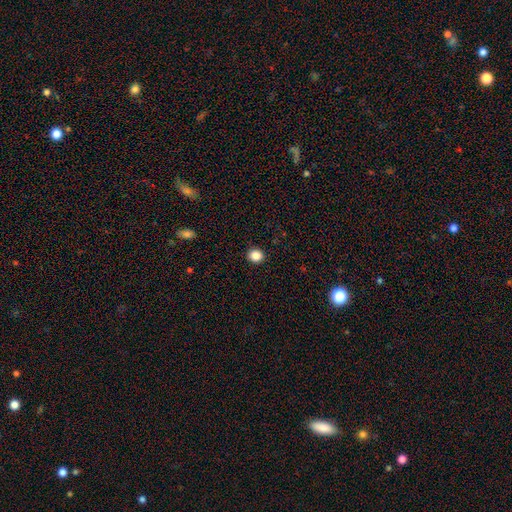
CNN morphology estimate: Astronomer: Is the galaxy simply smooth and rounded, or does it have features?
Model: smooth — 86%.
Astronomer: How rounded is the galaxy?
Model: round — 87%.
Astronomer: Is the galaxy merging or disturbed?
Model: none — 92%.